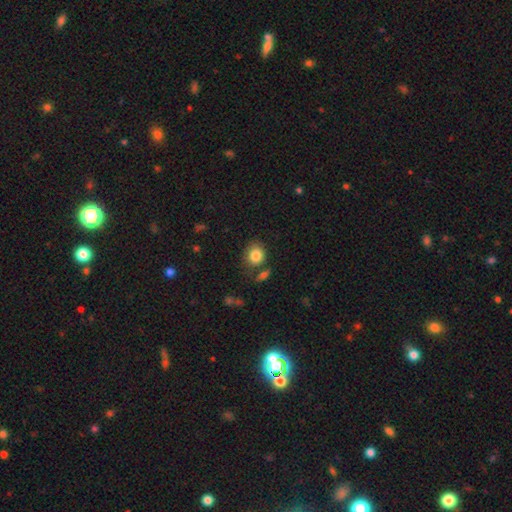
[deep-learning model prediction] Morphology: type=smooth (84%); roundness=round (68%); merging=none (69%).